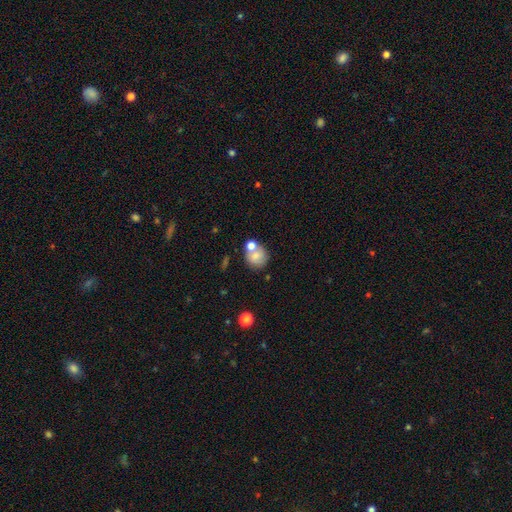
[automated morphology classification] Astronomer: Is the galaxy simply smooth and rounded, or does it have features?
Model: smooth — 68%.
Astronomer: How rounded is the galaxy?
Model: round — 77%.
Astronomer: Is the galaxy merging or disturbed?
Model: none — 50% (runner-up: merger, 32%).